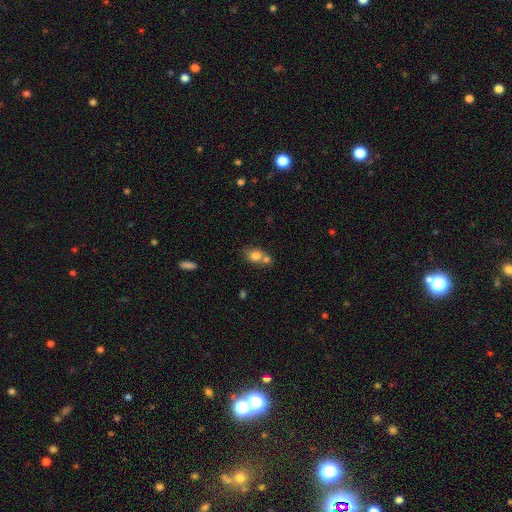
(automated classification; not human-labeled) This is likely a smooth galaxy (78%). How rounded: possibly in between (51%). Merging: possibly merger (47%).